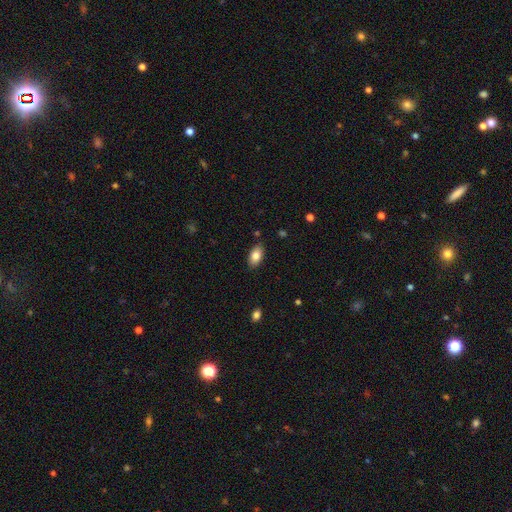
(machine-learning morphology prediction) smooth-or-featured: smooth: 84% | featured or disk: 9% | star or artifact: 7%
  how-rounded: in between: 92% | round: 5% | cigar-shaped: 3%
  merging: none: 86% | minor disturbance: 10% | major disturbance: 2% | merger: 1%